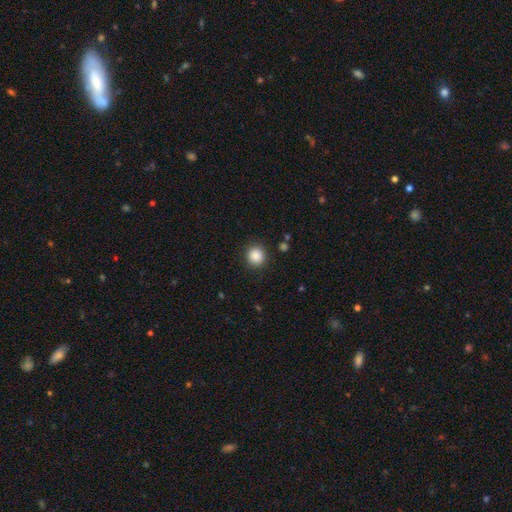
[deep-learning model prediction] Overall: smooth (87%). How rounded: round (92%). Merging: none (90%).